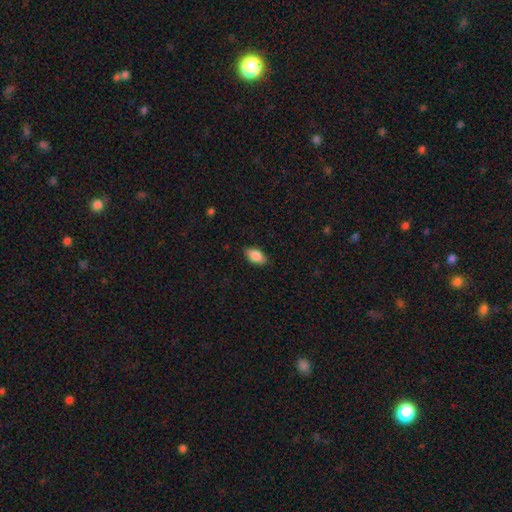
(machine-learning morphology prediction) The model was most divided on "merging": none: 87%, minor disturbance: 10%, major disturbance: 2%, merger: 1%. More confident: how rounded — in between (92%); smooth or featured — smooth (86%).